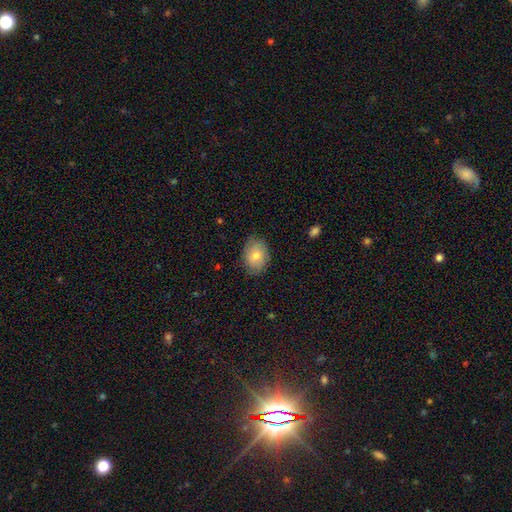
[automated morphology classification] smooth_or_featured: smooth (p=0.70) [alt: featured or disk p=0.22]
how_rounded: in between (p=0.72) [alt: round p=0.27]
merging: none (p=0.79) [alt: minor disturbance p=0.17]